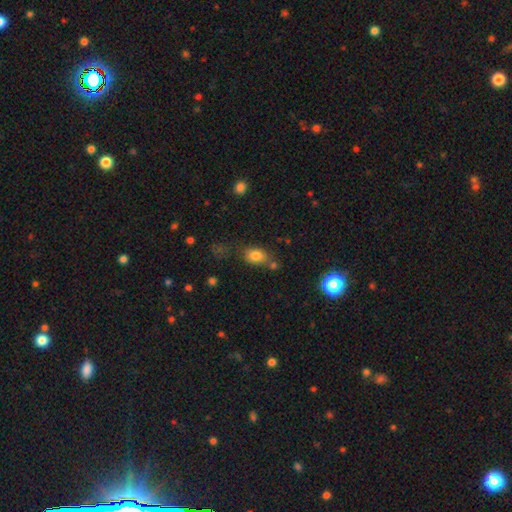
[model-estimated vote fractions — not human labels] A smooth galaxy with no disk features (80%) that is in between round and cigar-shaped (74%). Merging: none (57%).